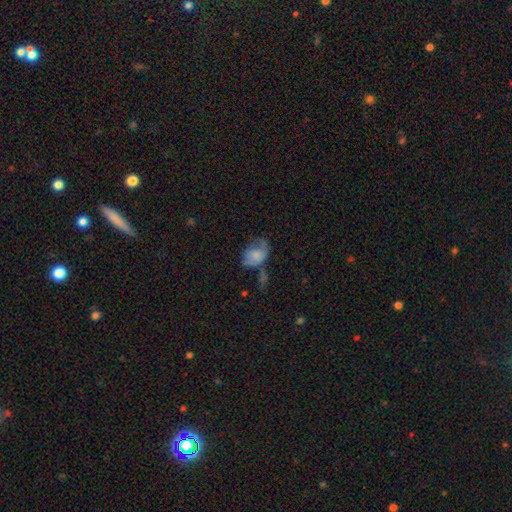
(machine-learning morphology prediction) Overall: smooth (61%; featured or disk 31%). How rounded: in between (80%). Merging: none (30%, tied with minor disturbance).